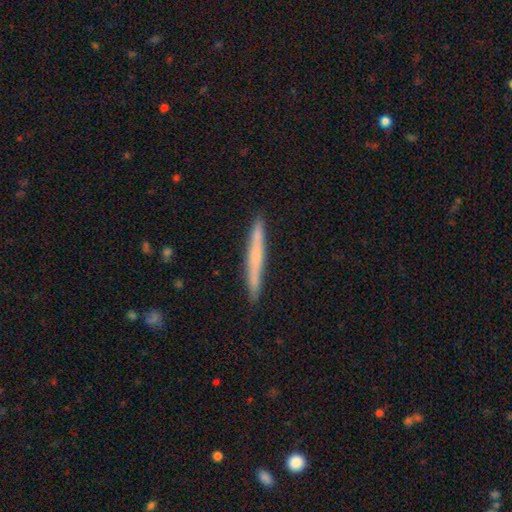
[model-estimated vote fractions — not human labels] Smooth or featured: smooth — 57% (featured or disk — 37%)
How rounded: cigar-shaped — 97% (in between — 2%)
Merging: none — 91% (minor disturbance — 7%)